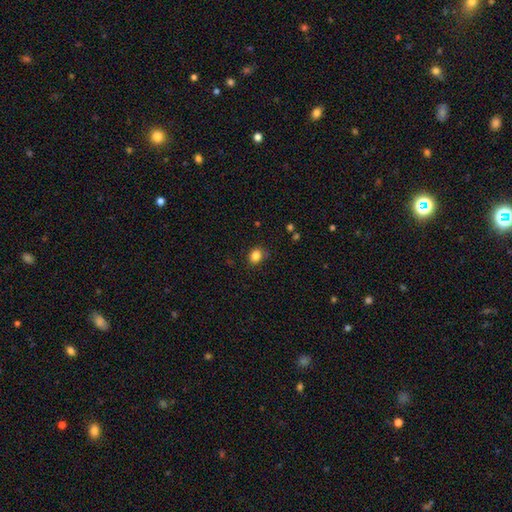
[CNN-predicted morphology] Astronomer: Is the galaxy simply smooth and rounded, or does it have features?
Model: smooth — 84%.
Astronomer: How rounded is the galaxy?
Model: round — 55% (runner-up: in between, 44%).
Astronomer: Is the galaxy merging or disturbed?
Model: none — 82%.